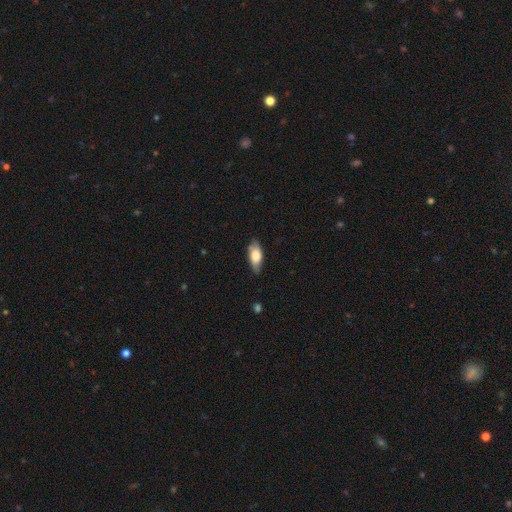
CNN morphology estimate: A smooth galaxy with no disk features (67%) that is in between round and cigar-shaped (80%).

Vote fractions:
- Smooth or featured? smooth: 67% / featured or disk: 26% / star or artifact: 6%
- How rounded? in between: 80% / cigar-shaped: 17% / round: 3%
- Merging? none: 75% / minor disturbance: 20% / major disturbance: 3% / merger: 1%